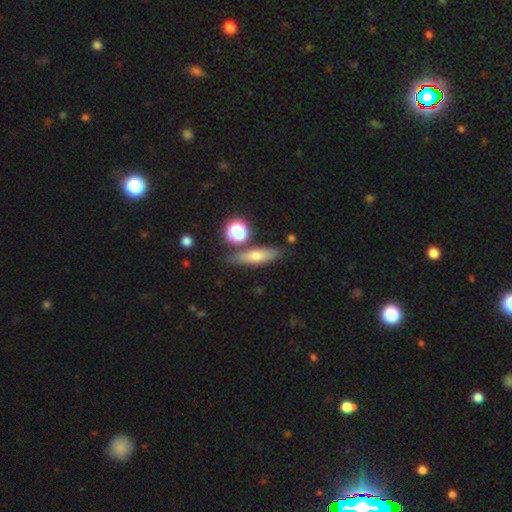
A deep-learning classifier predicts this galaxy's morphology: Q: Smooth or featured?
A: smooth (54%); runner-up: featured or disk (36%)
Q: How rounded?
A: cigar-shaped (66%); runner-up: in between (28%)
Q: Merging?
A: none (78%); runner-up: minor disturbance (12%)